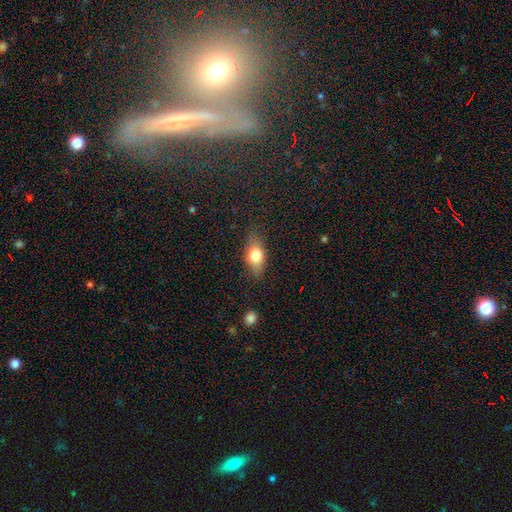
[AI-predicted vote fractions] Smooth or featured?
  - smooth: 72% *
  - featured or disk: 20%
  - star or artifact: 8%
How rounded?
  - in between: 79% *
  - cigar-shaped: 11%
  - round: 10%
Merging?
  - none: 77% *
  - minor disturbance: 17%
  - major disturbance: 4%
  - merger: 1%